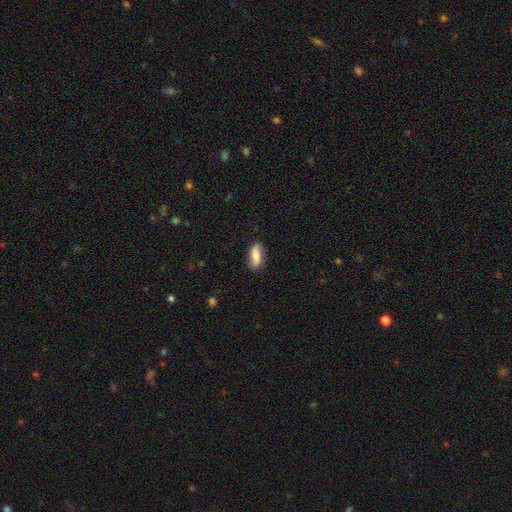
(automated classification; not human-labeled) The model was most divided on "smooth or featured": smooth: 75%, featured or disk: 19%, star or artifact: 7%. More confident: merging — none (81%); how rounded — in between (77%).